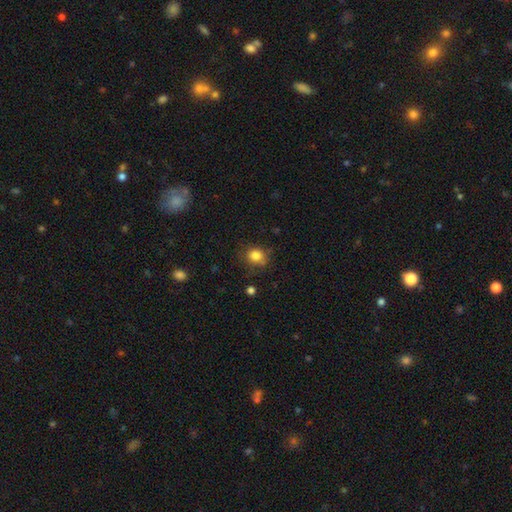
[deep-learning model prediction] Smooth or featured: smooth — 83% (star or artifact — 11%)
How rounded: round — 68% (in between — 31%)
Merging: none — 71% (minor disturbance — 21%)